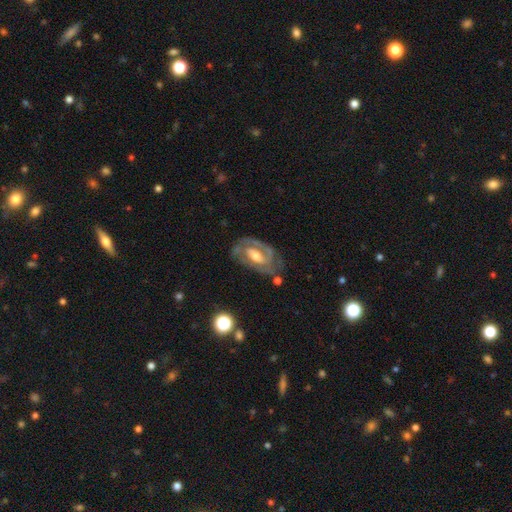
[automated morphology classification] A featured or disk galaxy (82%) with a weak bar (44%), 2 (61%) tight (52%) spiral arms (86%) and a moderate central bulge (63%).

Vote fractions:
- Smooth or featured? featured or disk: 82% / smooth: 13% / star or artifact: 5%
- Edge-on disk? no: 95% / yes: 5%
- Bar? weak: 44% / no: 33% / strong: 23%
- Spiral arms? yes: 86% / no: 14%
- Spiral winding? tight: 52% / medium: 38% / loose: 10%
- Spiral arm count? 2: 61% / can't tell: 20% / 1: 9% / 3: 7% / 4: 2% / more than 4: 2%
- Bulge size? moderate: 63% / small: 24% / large: 10% / none: 2% / dominant: 1%
- Merging? none: 67% / minor disturbance: 21% / major disturbance: 10% / merger: 3%